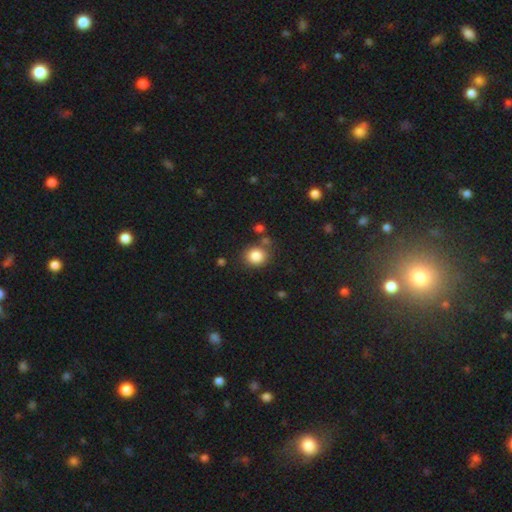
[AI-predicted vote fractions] The model was most divided on "how rounded": round: 76%, in between: 23%, cigar-shaped: 1%. More confident: smooth or featured — smooth (85%); merging — none (77%).